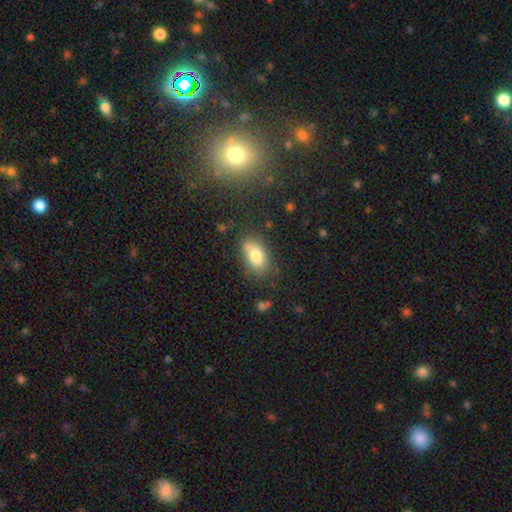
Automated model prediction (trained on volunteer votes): Smooth or featured?
  - smooth: 79% *
  - featured or disk: 12%
  - star or artifact: 9%
How rounded?
  - in between: 89% *
  - round: 8%
  - cigar-shaped: 3%
Merging?
  - none: 72% *
  - minor disturbance: 18%
  - major disturbance: 5%
  - merger: 5%